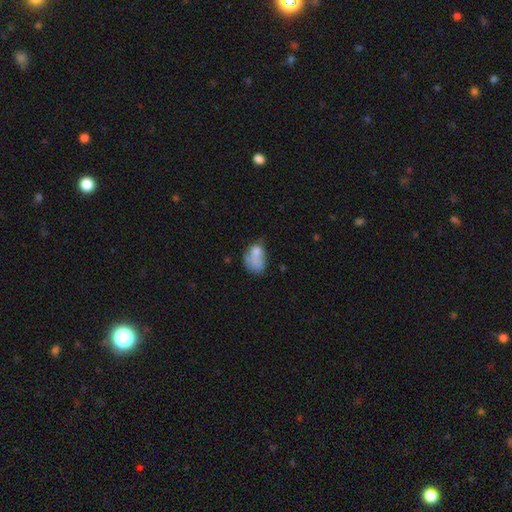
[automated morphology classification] smooth_or_featured: smooth (p=0.67) [alt: featured or disk p=0.23]
how_rounded: in between (p=0.73) [alt: round p=0.26]
merging: merger (p=0.31) [alt: none p=0.27]